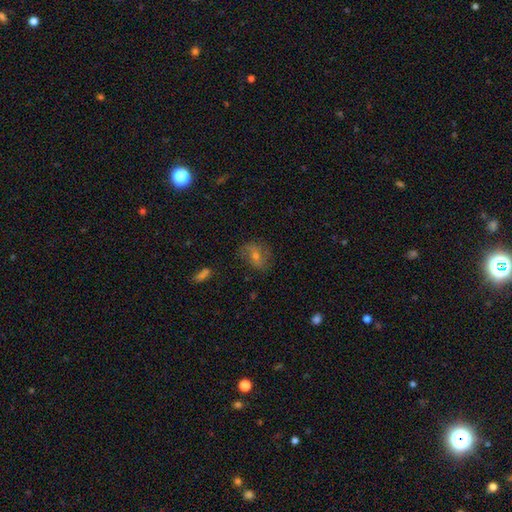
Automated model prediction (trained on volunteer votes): smooth-or-featured: featured or disk: 48% | smooth: 33% | star or artifact: 19%
  merging: none: 74% | minor disturbance: 17% | major disturbance: 8% | merger: 2%